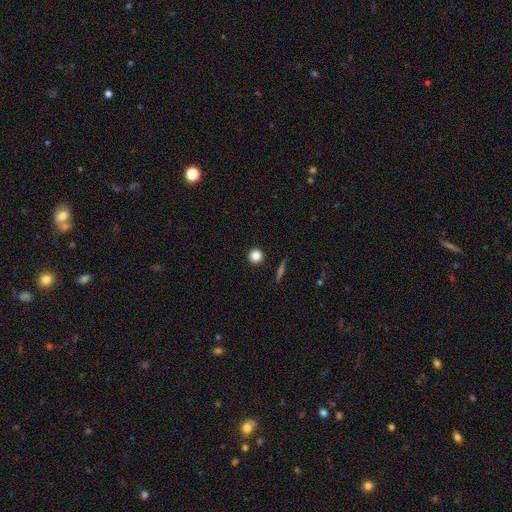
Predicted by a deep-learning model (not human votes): Morphology: type=smooth (85%); roundness=round (95%); merging=none (92%).